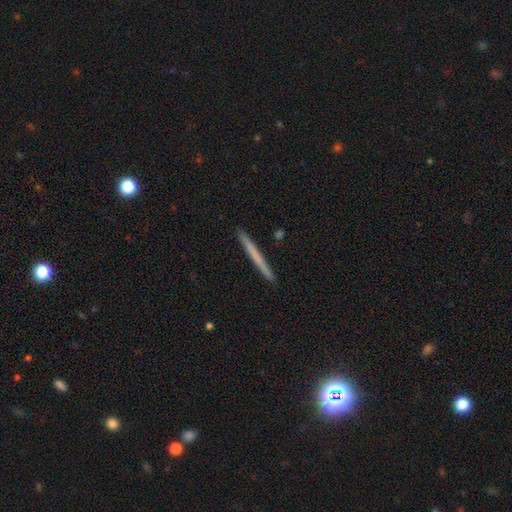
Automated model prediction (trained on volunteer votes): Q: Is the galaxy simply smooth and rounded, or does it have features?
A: smooth — 58%.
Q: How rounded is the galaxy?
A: cigar-shaped — 97%.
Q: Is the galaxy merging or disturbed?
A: none — 92%.